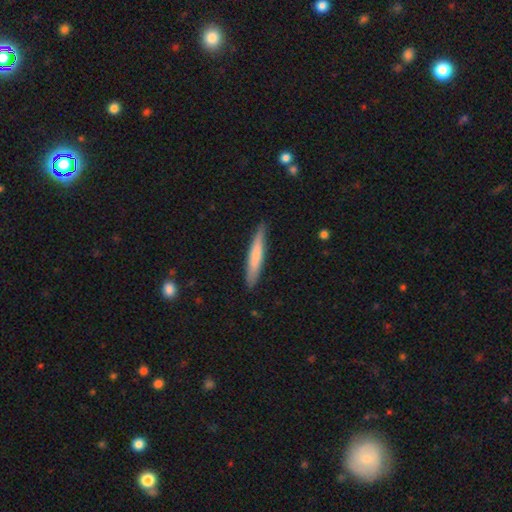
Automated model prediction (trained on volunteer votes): Smooth or featured? smooth (68%)
How rounded? cigar-shaped (93%)
Merging? none (86%)